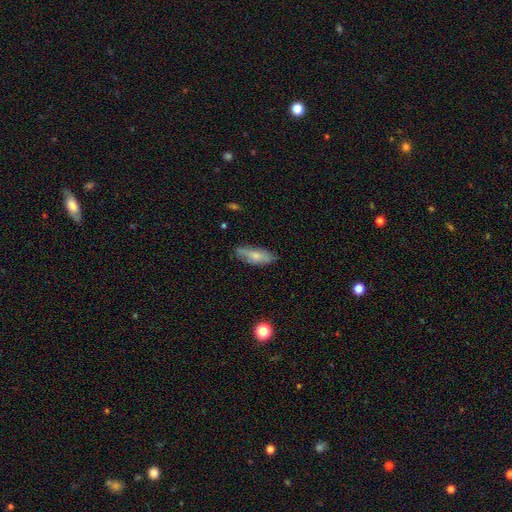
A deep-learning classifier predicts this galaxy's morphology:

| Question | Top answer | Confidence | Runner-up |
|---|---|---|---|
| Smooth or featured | smooth | 66% | featured or disk (27%) |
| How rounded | in between | 60% | cigar-shaped (37%) |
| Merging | none | 77% | minor disturbance (18%) |